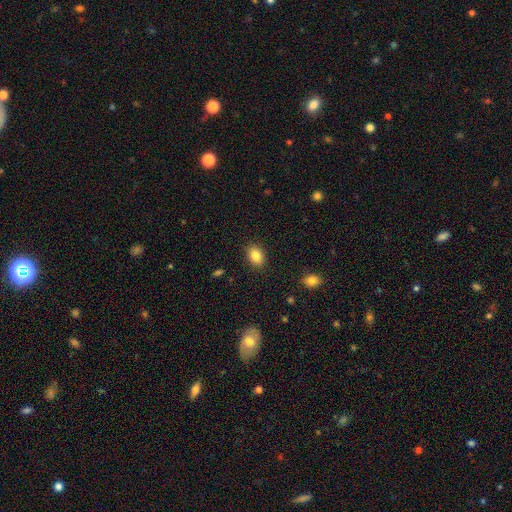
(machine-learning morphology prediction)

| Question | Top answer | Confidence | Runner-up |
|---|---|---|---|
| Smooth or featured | smooth | 84% | star or artifact (9%) |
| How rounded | in between | 68% | round (31%) |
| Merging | none | 88% | minor disturbance (8%) |